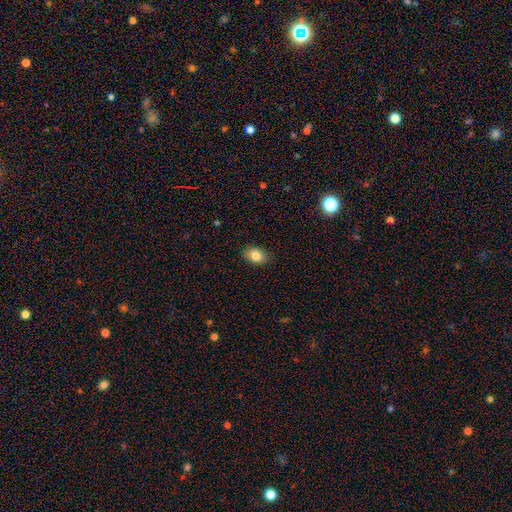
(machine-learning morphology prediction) A smooth galaxy with no disk features (84%) that is in between round and cigar-shaped (81%). Merging: none (88%).